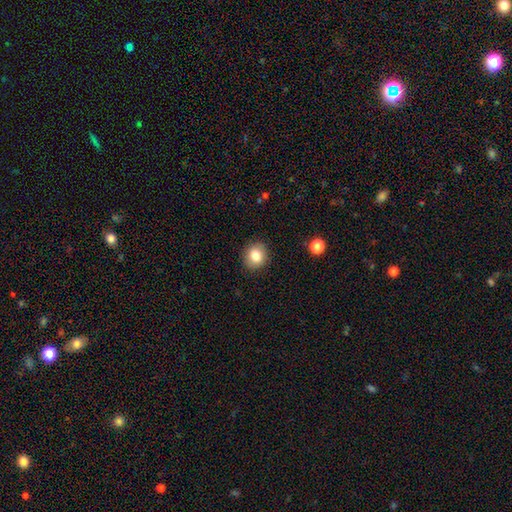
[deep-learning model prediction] smooth_or_featured: smooth (p=0.83) [alt: star or artifact p=0.09]
how_rounded: round (p=0.75) [alt: in between p=0.25]
merging: none (p=0.89) [alt: minor disturbance p=0.08]